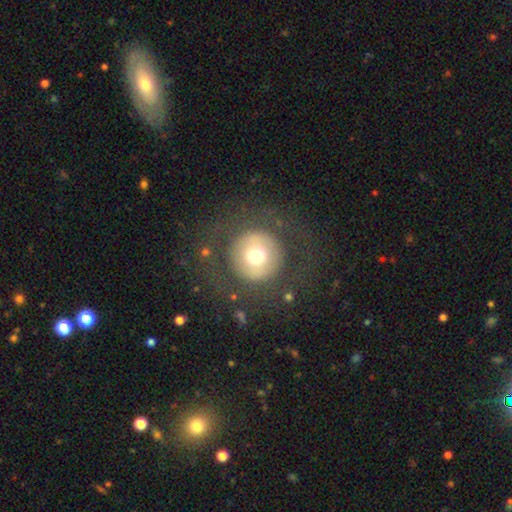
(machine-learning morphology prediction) Smooth or featured: smooth — 62% (featured or disk — 26%)
How rounded: round — 95% (in between — 4%)
Merging: none — 74% (major disturbance — 14%)